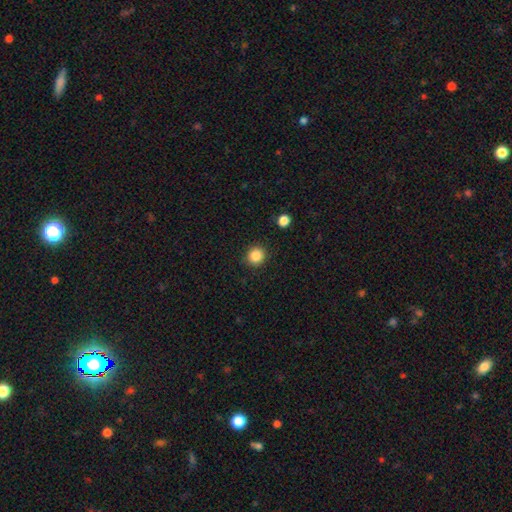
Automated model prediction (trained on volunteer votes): A smooth galaxy with no disk features (86%) that is round (92%).

Vote fractions:
- Smooth or featured? smooth: 86% / star or artifact: 10% / featured or disk: 4%
- How rounded? round: 92% / in between: 8% / cigar-shaped: 1%
- Merging? none: 90% / minor disturbance: 6% / major disturbance: 2% / merger: 1%